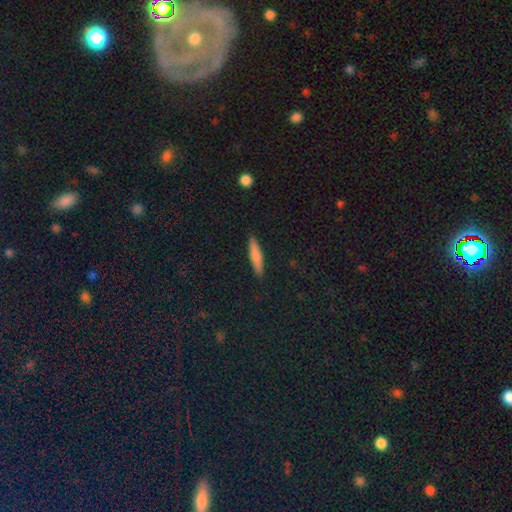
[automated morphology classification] smooth_or_featured: smooth (p=0.76) [alt: featured or disk p=0.17]
how_rounded: cigar-shaped (p=0.86) [alt: in between p=0.12]
merging: none (p=0.90) [alt: minor disturbance p=0.07]